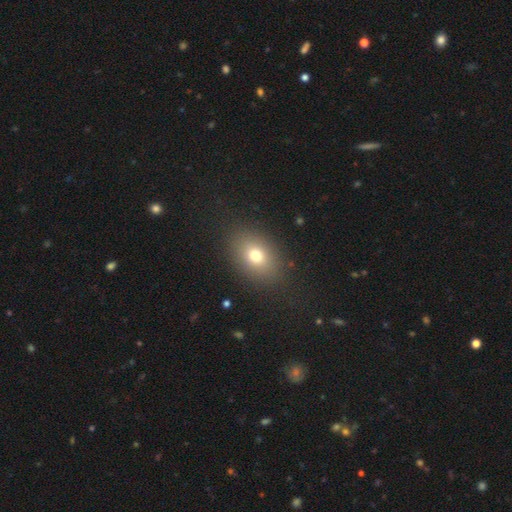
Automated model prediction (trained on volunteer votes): This appears to be a smooth galaxy with no disk features (75%) that is in between round and cigar-shaped (75%). Merging: none (85%).